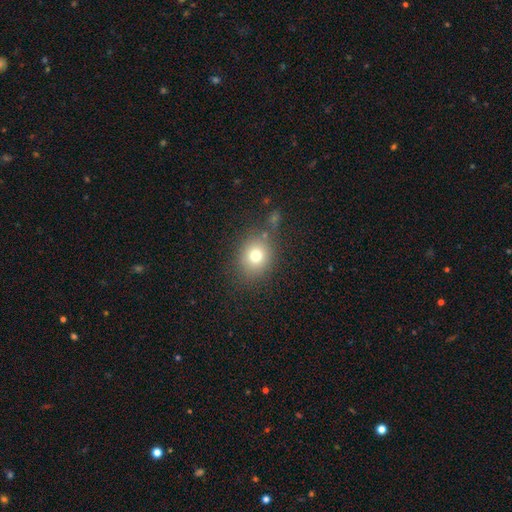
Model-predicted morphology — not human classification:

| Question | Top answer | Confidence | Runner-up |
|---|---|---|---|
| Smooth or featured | smooth | 75% | star or artifact (14%) |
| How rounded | round | 69% | in between (30%) |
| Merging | none | 76% | minor disturbance (13%) |